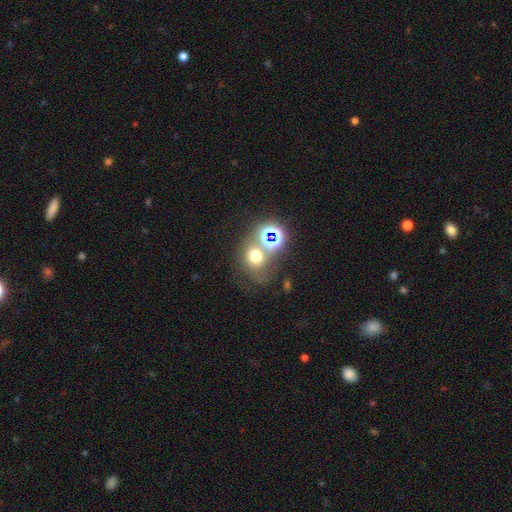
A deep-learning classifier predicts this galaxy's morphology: This appears to be a smooth galaxy with no disk features (56%) that is round (65%). Merging: none (42%).